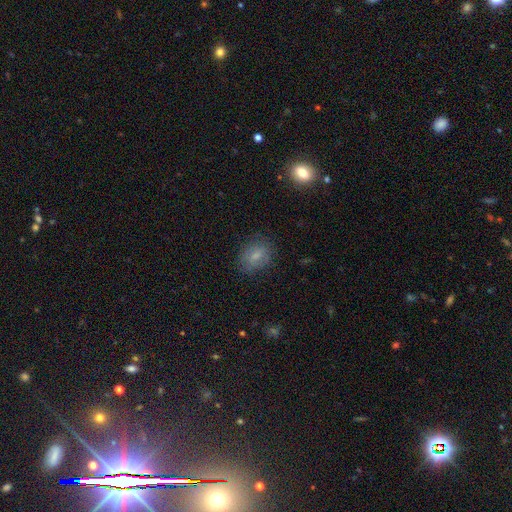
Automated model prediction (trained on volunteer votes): Smooth or featured? smooth (77%)
How rounded? in between (68%)
Merging? none (79%)